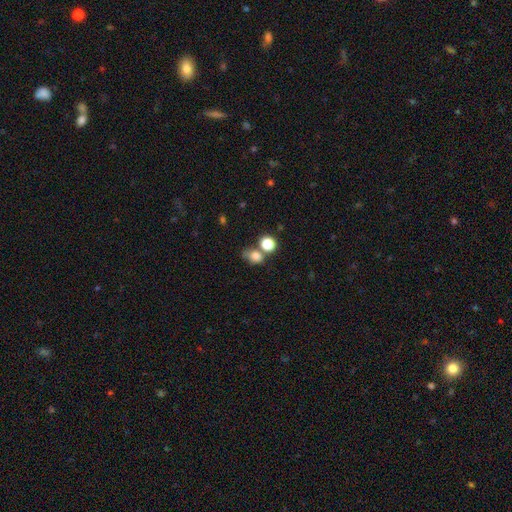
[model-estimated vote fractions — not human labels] smooth-or-featured: smooth: 77% | star or artifact: 14% | featured or disk: 9%
  how-rounded: in between: 51% | round: 48% | cigar-shaped: 1%
  merging: none: 45% | merger: 31% | minor disturbance: 16% | major disturbance: 8%